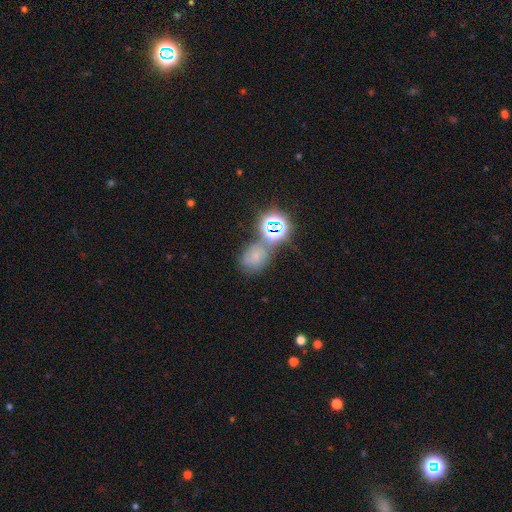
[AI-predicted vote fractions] A smooth galaxy with no disk features (49%). Merging: none (50%).